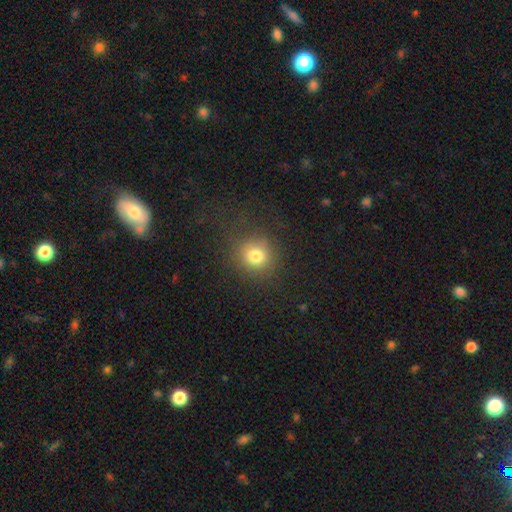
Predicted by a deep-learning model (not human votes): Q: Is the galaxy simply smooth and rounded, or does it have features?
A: smooth — 78%.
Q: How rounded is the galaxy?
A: round — 88%.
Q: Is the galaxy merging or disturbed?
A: none — 81%.